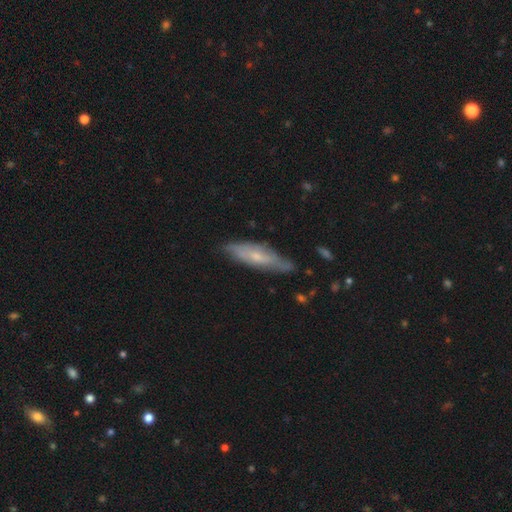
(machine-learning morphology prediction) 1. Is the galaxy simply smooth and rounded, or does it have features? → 53% featured or disk, 41% smooth, 6% star or artifact.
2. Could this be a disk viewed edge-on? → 52% no, 48% yes.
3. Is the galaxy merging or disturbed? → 70% none, 23% minor disturbance, 5% major disturbance, 2% merger.